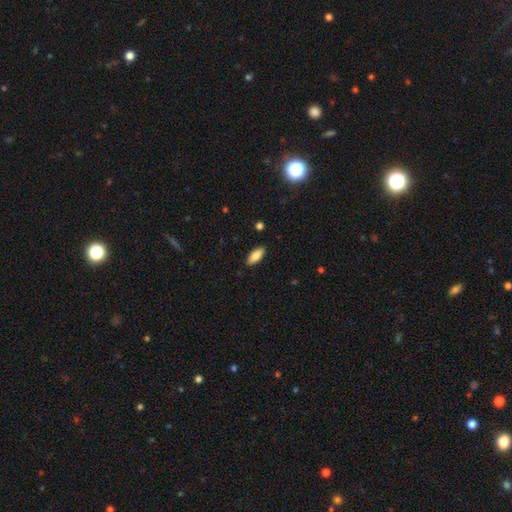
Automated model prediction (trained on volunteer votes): smooth 85%, featured or disk 9%, star or artifact 6%. Down the decision tree: how rounded — in between (81%); merging — none (89%).